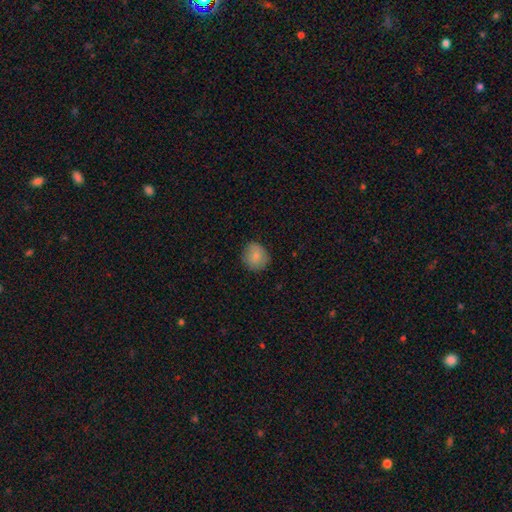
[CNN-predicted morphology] smooth-or-featured: smooth: 82% | featured or disk: 10% | star or artifact: 8%
  how-rounded: round: 82% | in between: 17% | cigar-shaped: 1%
  merging: none: 82% | minor disturbance: 14% | major disturbance: 3% | merger: 1%